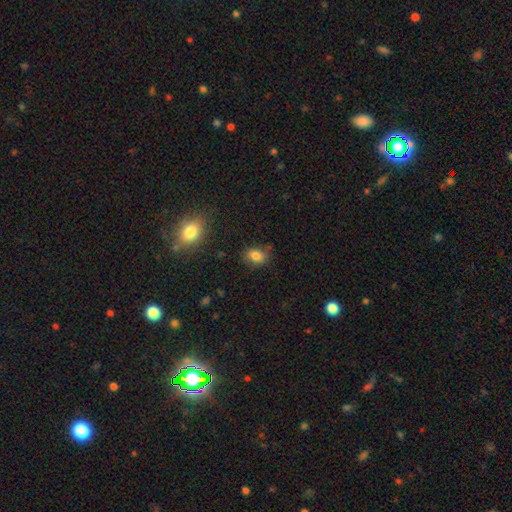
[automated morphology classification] Smooth or featured? Predicted: smooth (p=0.82). How rounded? Predicted: in between (p=0.67). Merging? Predicted: none (p=0.75).